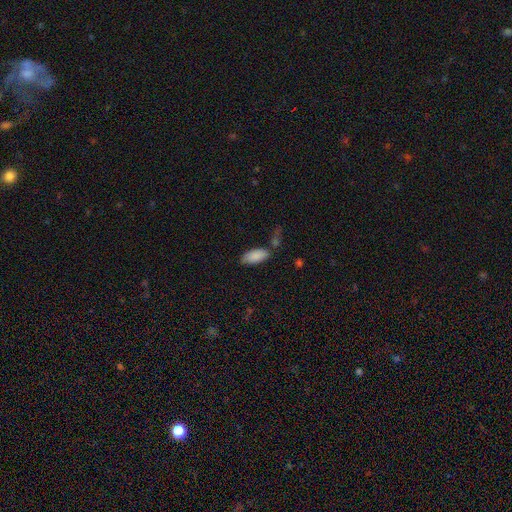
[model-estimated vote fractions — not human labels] A smooth galaxy with no disk features (87%) that is in between round and cigar-shaped (88%). Merging: none (68%).